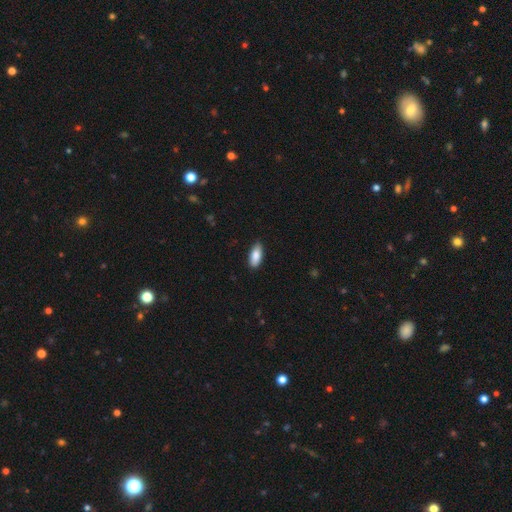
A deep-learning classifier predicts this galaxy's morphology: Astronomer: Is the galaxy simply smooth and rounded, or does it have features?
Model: smooth — 86%.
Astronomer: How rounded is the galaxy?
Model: in between — 87%.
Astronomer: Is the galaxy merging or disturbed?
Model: none — 85%.